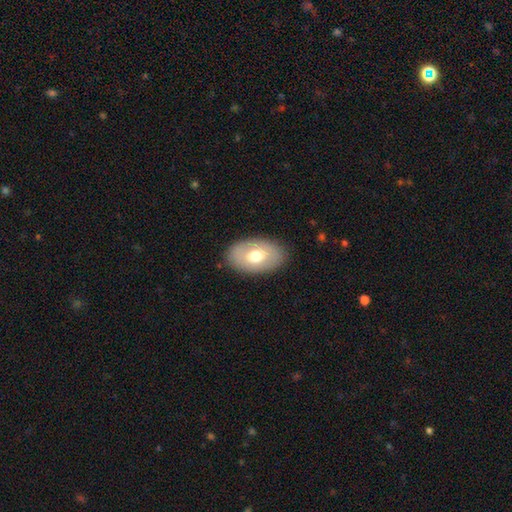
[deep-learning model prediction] smooth_or_featured: smooth (p=0.61) [alt: featured or disk p=0.33]
how_rounded: in between (p=0.90) [alt: round p=0.09]
merging: none (p=0.84) [alt: minor disturbance p=0.12]